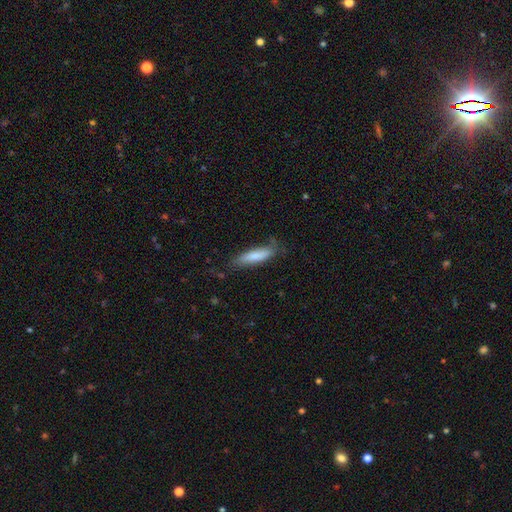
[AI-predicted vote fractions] Smooth or featured?
  - smooth: 79% *
  - featured or disk: 15%
  - star or artifact: 6%
How rounded?
  - cigar-shaped: 71% *
  - in between: 28%
  - round: 2%
Merging?
  - none: 68% *
  - minor disturbance: 23%
  - major disturbance: 6%
  - merger: 2%